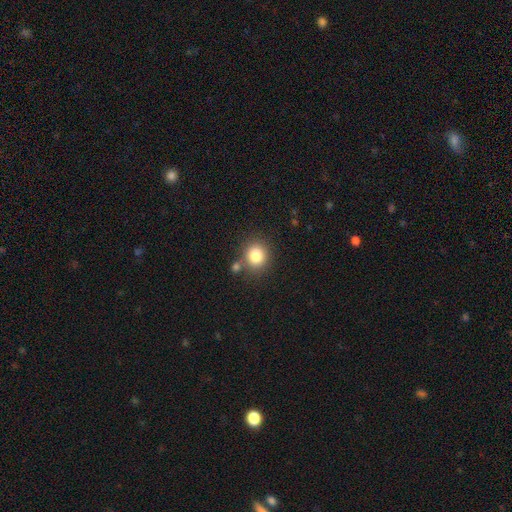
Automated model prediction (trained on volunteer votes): A smooth galaxy with no disk features (82%) that is round (80%). Merging: none (74%).